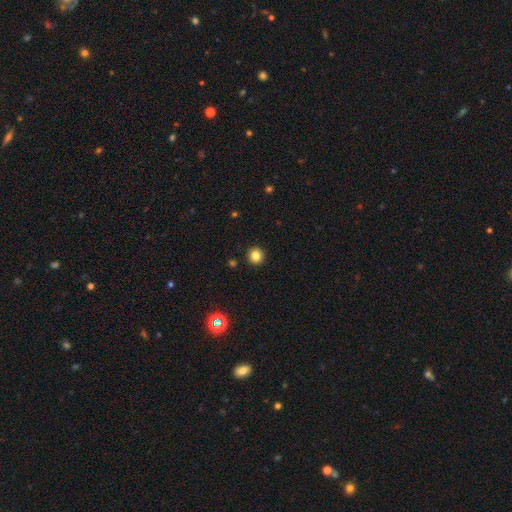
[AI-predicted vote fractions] smooth-or-featured: smooth: 82% | star or artifact: 13% | featured or disk: 5%
  how-rounded: round: 92% | in between: 7% | cigar-shaped: 1%
  merging: none: 93% | minor disturbance: 5% | major disturbance: 2% | merger: 1%